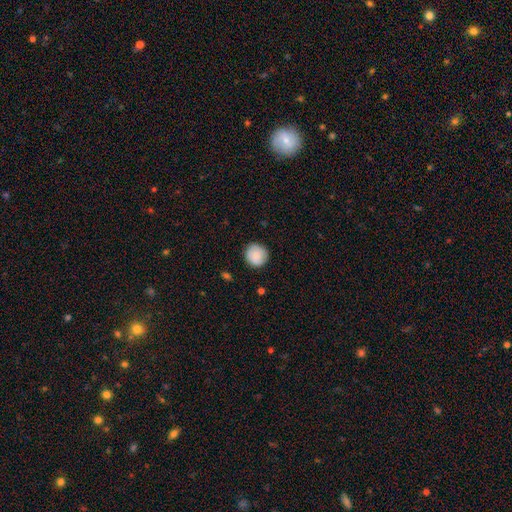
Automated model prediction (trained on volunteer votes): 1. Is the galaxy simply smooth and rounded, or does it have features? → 85% smooth, 8% featured or disk, 7% star or artifact.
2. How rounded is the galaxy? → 92% round, 7% in between, 1% cigar-shaped.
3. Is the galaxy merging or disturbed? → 87% none, 10% minor disturbance, 2% major disturbance, 1% merger.